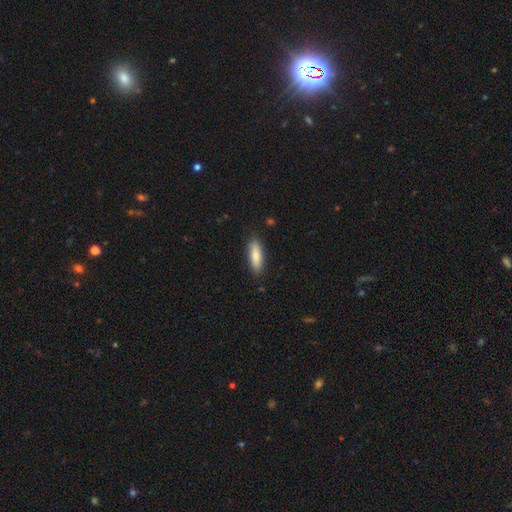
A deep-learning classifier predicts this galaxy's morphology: Q: Smooth or featured?
A: smooth (82%); runner-up: featured or disk (12%)
Q: How rounded?
A: in between (51%); runner-up: cigar-shaped (47%)
Q: Merging?
A: none (86%); runner-up: minor disturbance (11%)